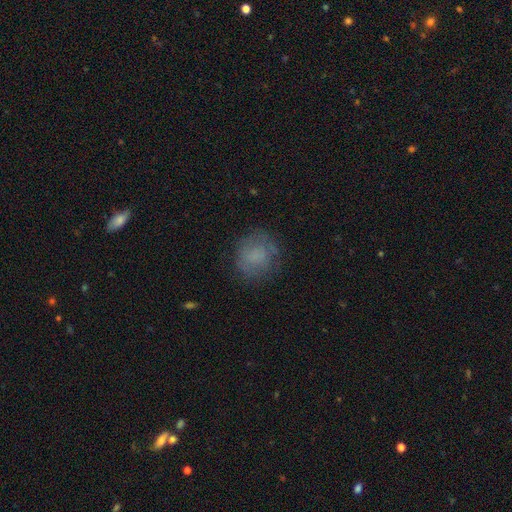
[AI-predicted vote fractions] Smooth or featured? smooth (69%)
How rounded? round (79%)
Merging? none (72%)